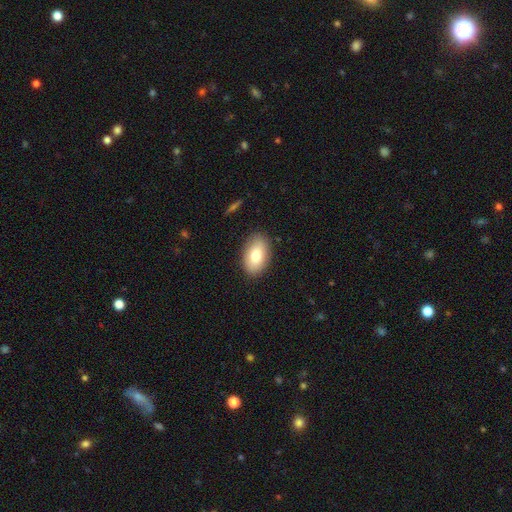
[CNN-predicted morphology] The model was most divided on "smooth or featured": smooth: 80%, featured or disk: 13%, star or artifact: 7%. More confident: how rounded — in between (92%); merging — none (86%).